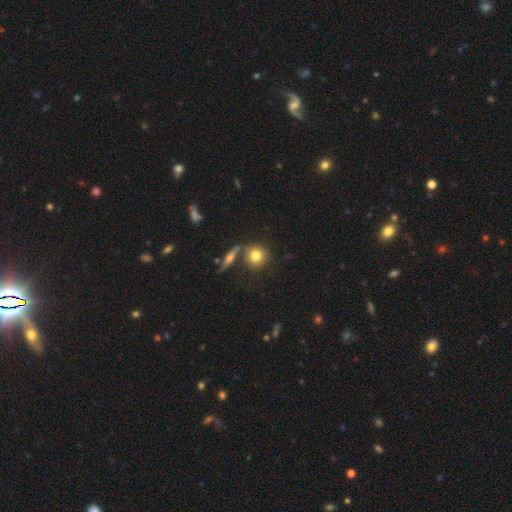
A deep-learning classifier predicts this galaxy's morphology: The model was most divided on "merging": none: 66%, merger: 19%, minor disturbance: 11%, major disturbance: 4%. More confident: how rounded — round (87%); smooth or featured — smooth (77%).